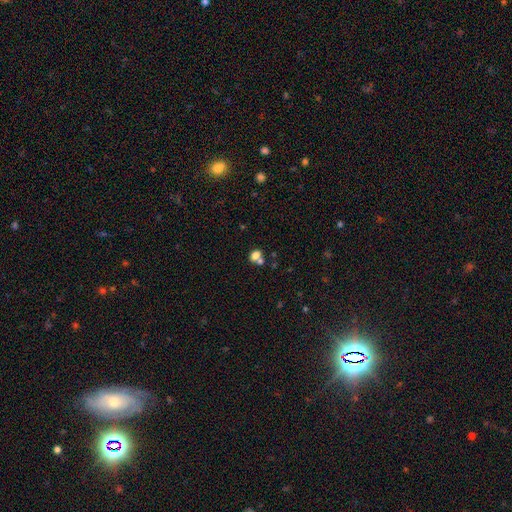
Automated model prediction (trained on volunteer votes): smooth-or-featured: smooth: 74% | star or artifact: 14% | featured or disk: 12%
  how-rounded: in between: 62% | round: 37% | cigar-shaped: 2%
  merging: merger: 43% (tied) | none: 43% (tied) | minor disturbance: 9% | major disturbance: 4%